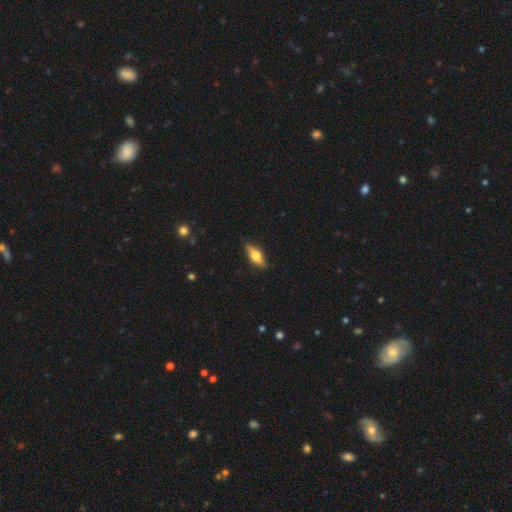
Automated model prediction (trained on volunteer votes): Smooth or featured? featured or disk (51%)
Edge-on disk? yes (91%)
Merging? none (86%)